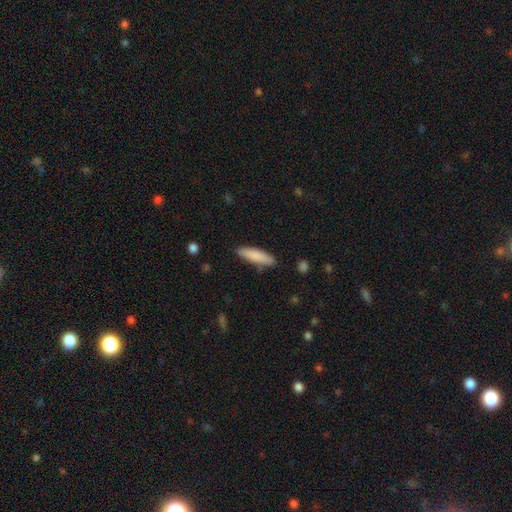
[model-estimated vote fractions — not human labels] Morphology: type=smooth (84%); roundness=cigar-shaped (69%); merging=none (84%).